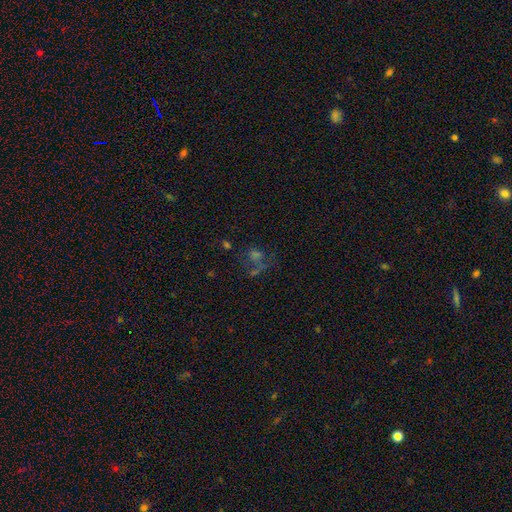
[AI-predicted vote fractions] star or artifact 43%, smooth 33%, featured or disk 25%.